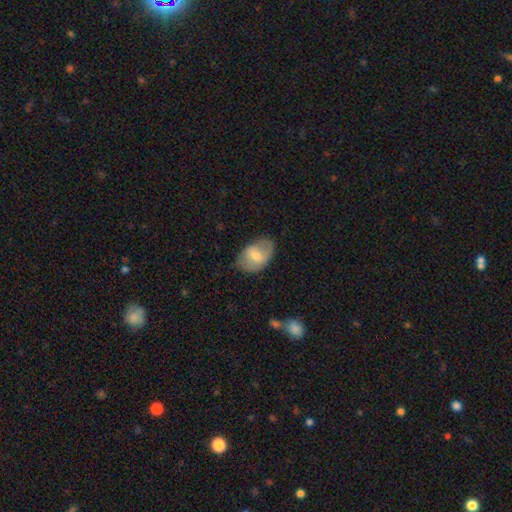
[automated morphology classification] Q: Smooth or featured?
A: smooth (58%); runner-up: featured or disk (36%)
Q: How rounded?
A: in between (88%); runner-up: round (11%)
Q: Merging?
A: none (70%); runner-up: minor disturbance (23%)